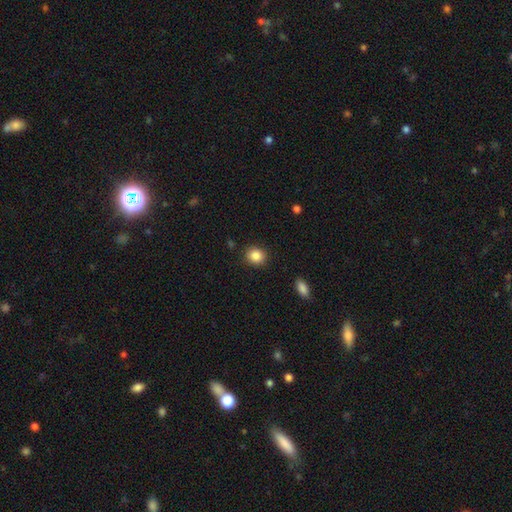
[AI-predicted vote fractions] Smooth or featured: smooth — 86% (star or artifact — 9%)
How rounded: round — 77% (in between — 22%)
Merging: none — 90% (minor disturbance — 7%)